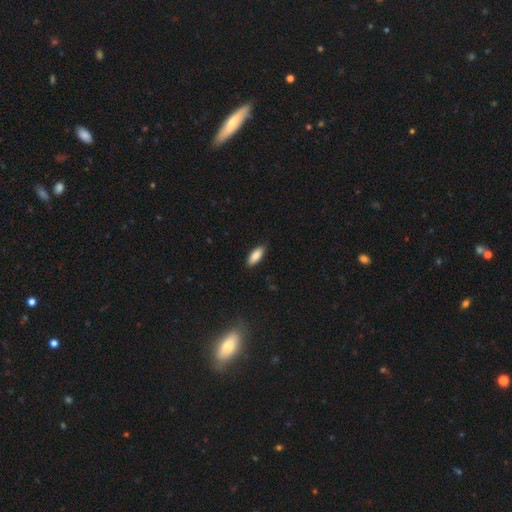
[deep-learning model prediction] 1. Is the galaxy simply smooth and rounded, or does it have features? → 87% smooth, 7% featured or disk, 6% star or artifact.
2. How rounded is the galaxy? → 74% in between, 24% cigar-shaped, 2% round.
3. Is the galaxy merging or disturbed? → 87% none, 10% minor disturbance, 2% major disturbance, 1% merger.